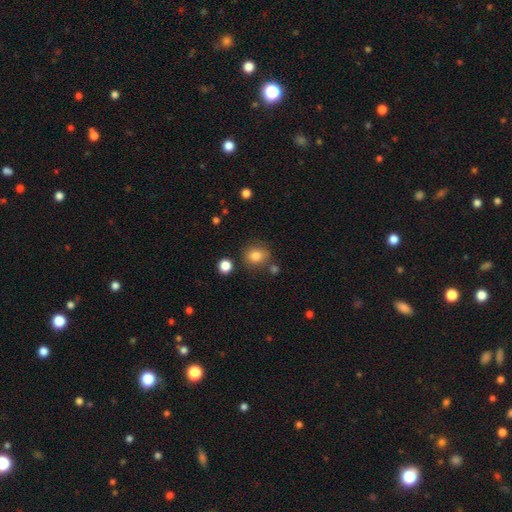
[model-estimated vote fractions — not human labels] Smooth or featured? smooth (83%)
How rounded? round (74%)
Merging? none (76%)